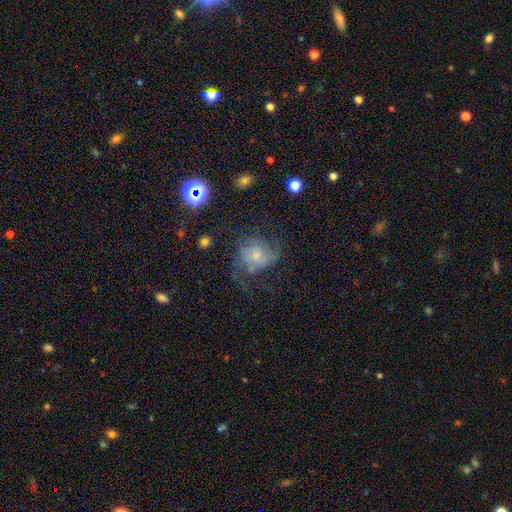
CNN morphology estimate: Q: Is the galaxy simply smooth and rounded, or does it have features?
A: featured or disk — 47%.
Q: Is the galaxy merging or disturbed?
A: none — 41%.